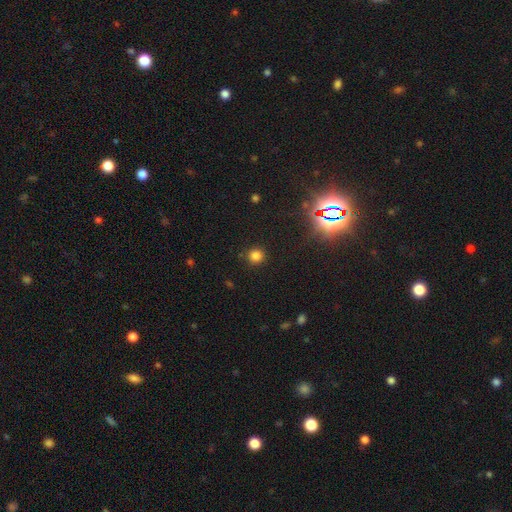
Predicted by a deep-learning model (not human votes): This is likely a smooth galaxy (79%). How rounded: clearly round (93%). Merging: clearly none (90%).